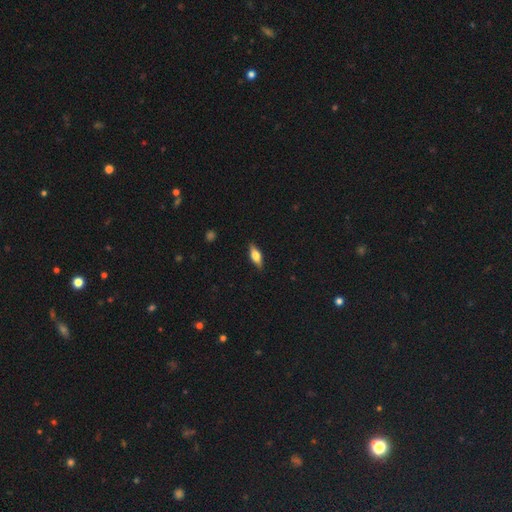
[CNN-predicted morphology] smooth-or-featured: smooth: 58% | featured or disk: 35% | star or artifact: 7%
  how-rounded: in between: 66% | cigar-shaped: 30% | round: 3%
  merging: none: 87% | minor disturbance: 10% | major disturbance: 2% | merger: 1%